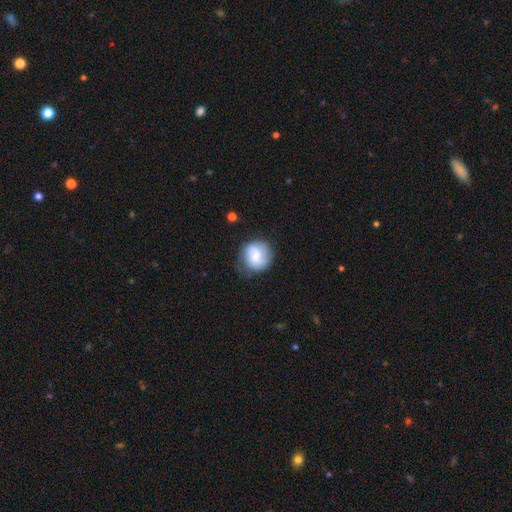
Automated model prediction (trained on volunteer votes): This appears to be a smooth galaxy with no disk features (51%) that is round (89%). Merging: none (74%).